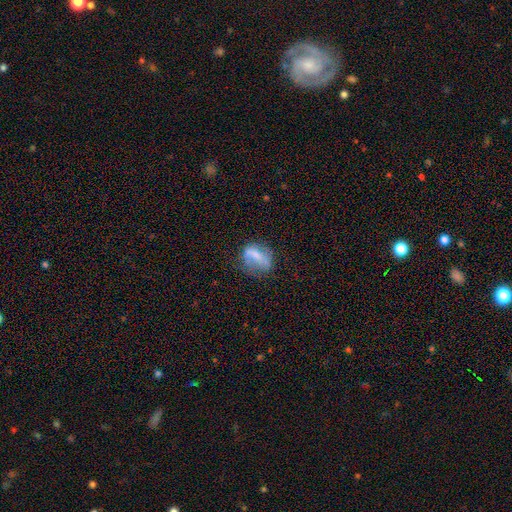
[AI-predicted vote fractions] A smooth galaxy with no disk features (50%).

Vote fractions:
- Smooth or featured? smooth: 50% / featured or disk: 41% / star or artifact: 10%
- Merging? none: 48% / minor disturbance: 27% / major disturbance: 21% / merger: 4%